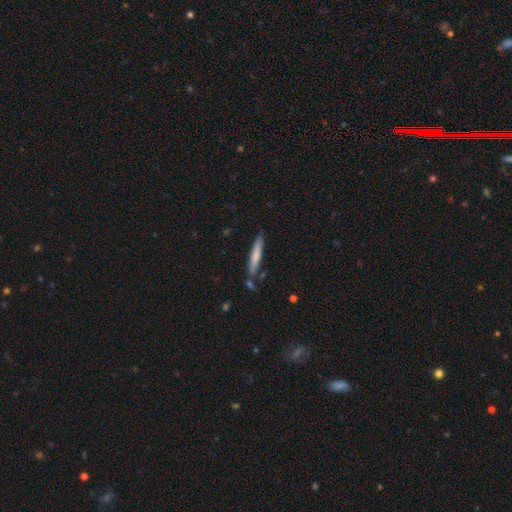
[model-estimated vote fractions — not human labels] Smooth or featured? Predicted: smooth (p=0.71). How rounded? Predicted: cigar-shaped (p=0.93). Merging? Predicted: none (p=0.80).